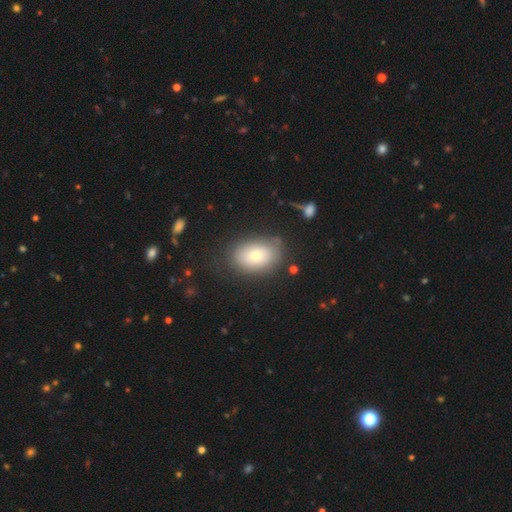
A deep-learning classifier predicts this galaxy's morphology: A smooth galaxy with no disk features (74%) that is in between round and cigar-shaped (81%). Merging: none (76%).